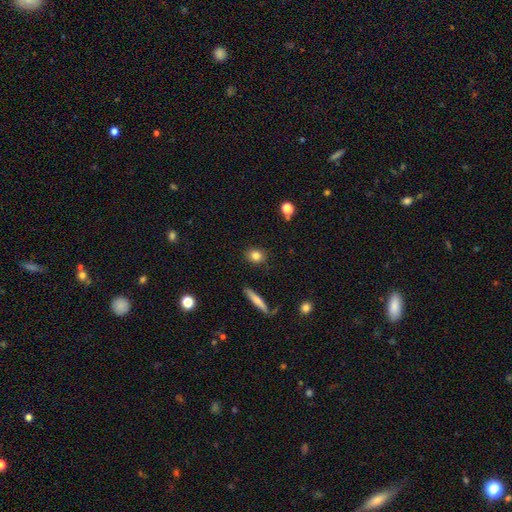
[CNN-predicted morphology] This appears to be a smooth galaxy with no disk features (82%) that is round (60%). Merging: none (88%).